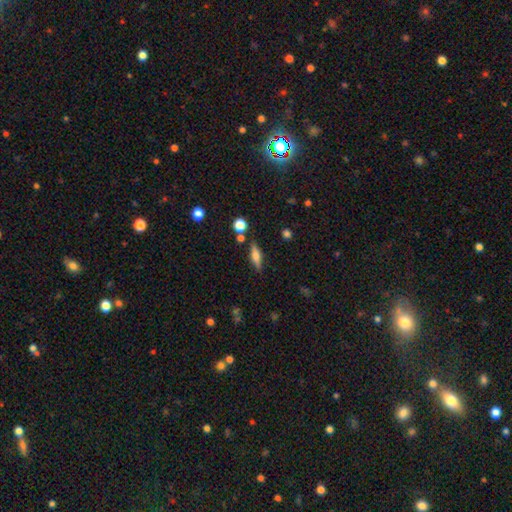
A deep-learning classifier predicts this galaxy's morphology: A smooth galaxy with no disk features (53%) that is cigar-shaped (56%).

Vote fractions:
- Smooth or featured? smooth: 53% / featured or disk: 38% / star or artifact: 9%
- How rounded? cigar-shaped: 56% / in between: 40% / round: 5%
- Merging? none: 80% / minor disturbance: 11% / merger: 6% / major disturbance: 3%